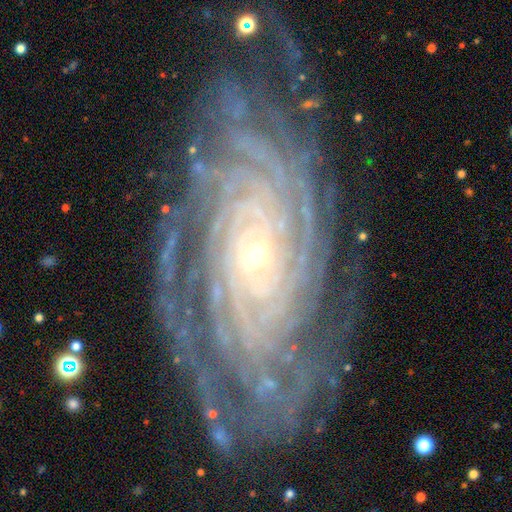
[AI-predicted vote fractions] Q: Smooth or featured?
A: featured or disk (88%); runner-up: star or artifact (6%)
Q: Edge-on disk?
A: no (95%); runner-up: yes (5%)
Q: Bar?
A: no (76%); runner-up: weak (16%)
Q: Spiral arms?
A: yes (97%); runner-up: no (3%)
Q: Spiral winding?
A: tight (82%); runner-up: medium (15%)
Q: Spiral arm count?
A: more than 4 (32%); runner-up: can't tell (27%)
Q: Bulge size?
A: small (83%); runner-up: moderate (12%)
Q: Merging?
A: none (76%); runner-up: minor disturbance (15%)